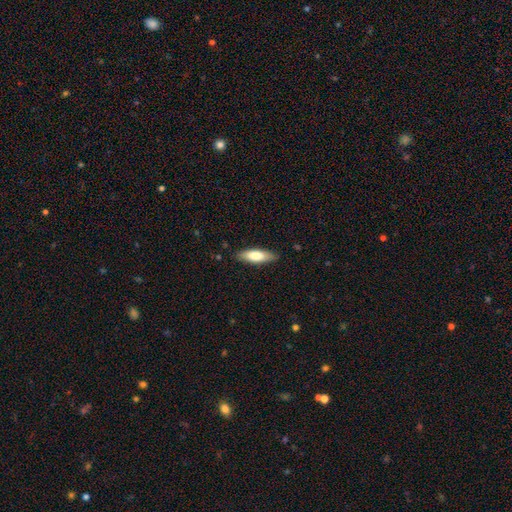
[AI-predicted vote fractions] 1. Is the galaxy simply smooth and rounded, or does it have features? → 77% smooth, 18% featured or disk, 6% star or artifact.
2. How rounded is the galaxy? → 54% in between, 44% cigar-shaped, 2% round.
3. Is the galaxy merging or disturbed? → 85% none, 11% minor disturbance, 2% major disturbance, 1% merger.